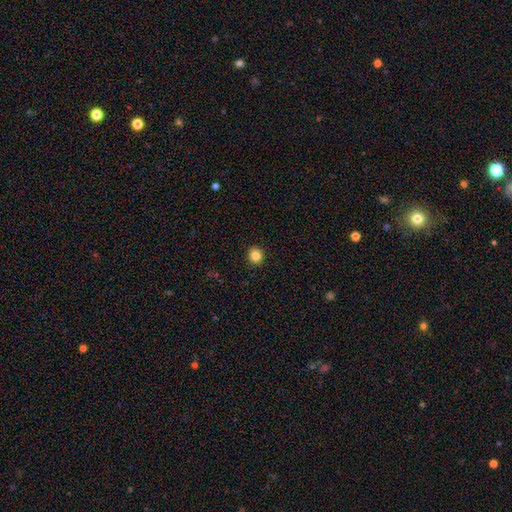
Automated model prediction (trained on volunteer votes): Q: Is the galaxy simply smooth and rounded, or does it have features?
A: smooth — 84%.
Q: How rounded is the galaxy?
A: round — 90%.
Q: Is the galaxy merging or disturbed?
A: none — 93%.